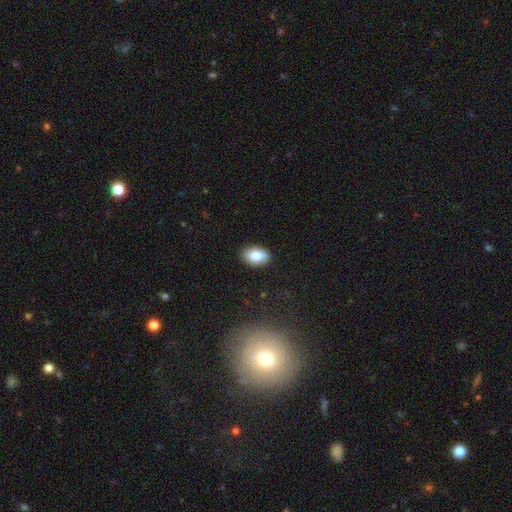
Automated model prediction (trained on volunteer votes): Overall: smooth (81%). How rounded: in between (86%). Merging: none (88%).